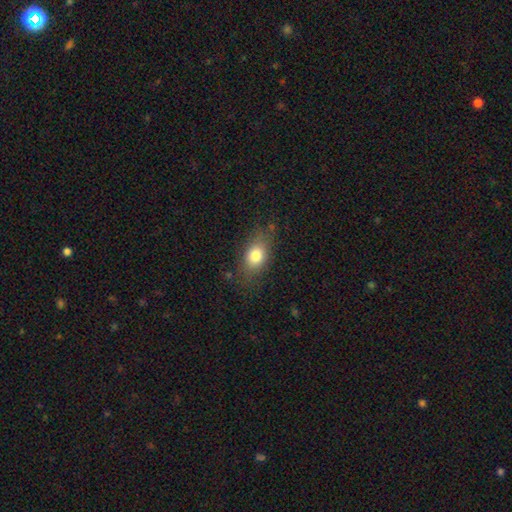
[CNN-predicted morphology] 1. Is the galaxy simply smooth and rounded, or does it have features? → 78% smooth, 12% featured or disk, 9% star or artifact.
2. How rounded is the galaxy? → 76% in between, 20% round, 4% cigar-shaped.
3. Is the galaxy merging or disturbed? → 75% none, 17% minor disturbance, 6% major disturbance, 2% merger.